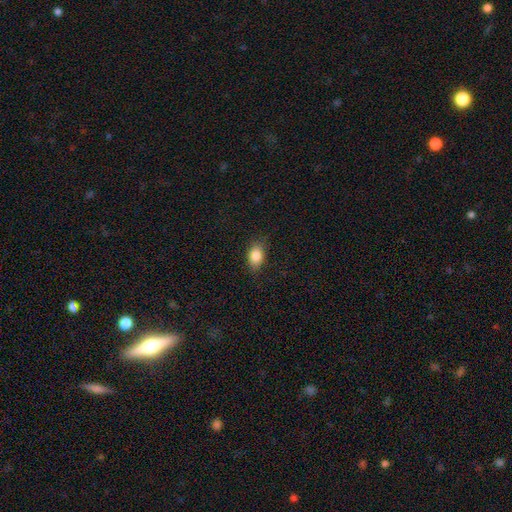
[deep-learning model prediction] Smooth or featured? smooth (85%)
How rounded? in between (82%)
Merging? none (80%)